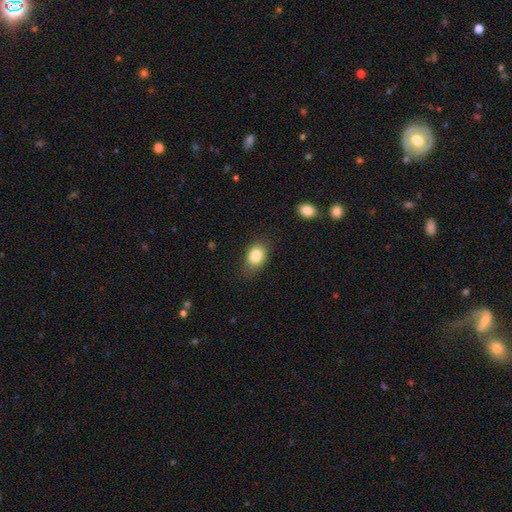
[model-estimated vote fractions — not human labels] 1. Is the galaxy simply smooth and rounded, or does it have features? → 83% smooth, 9% star or artifact, 8% featured or disk.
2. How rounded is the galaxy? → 74% in between, 25% round, 1% cigar-shaped.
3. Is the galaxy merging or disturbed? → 75% none, 19% minor disturbance, 5% major disturbance, 1% merger.